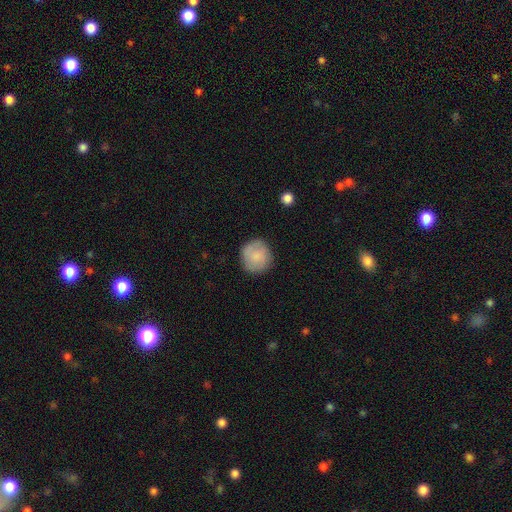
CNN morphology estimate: Overall: smooth (81%). How rounded: round (93%). Merging: none (84%).